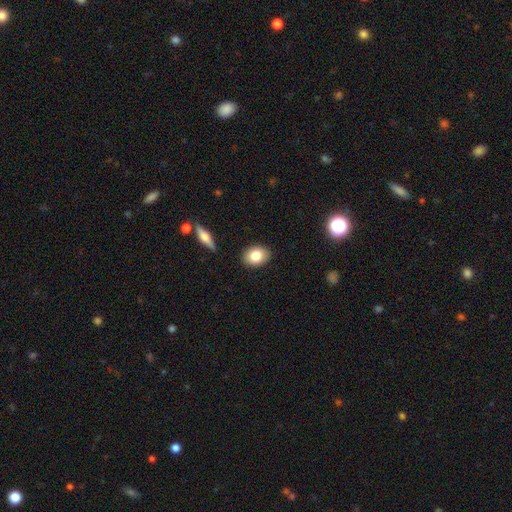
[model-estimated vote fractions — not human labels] smooth_or_featured: smooth (p=0.80) [alt: featured or disk p=0.12]
how_rounded: in between (p=0.69) [alt: round p=0.29]
merging: none (p=0.88) [alt: minor disturbance p=0.08]